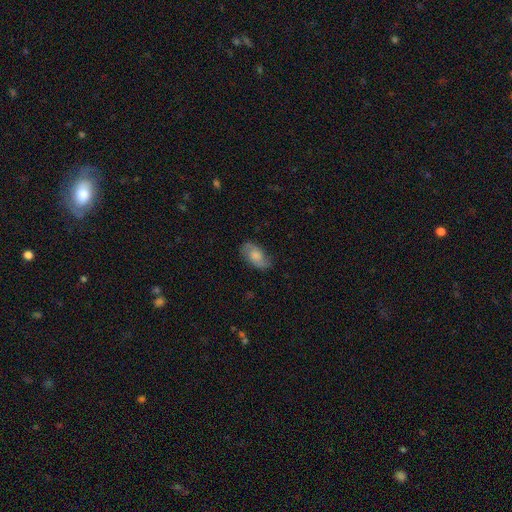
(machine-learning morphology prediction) Smooth or featured? Predicted: featured or disk (p=0.50). Merging? Predicted: none (p=0.76).